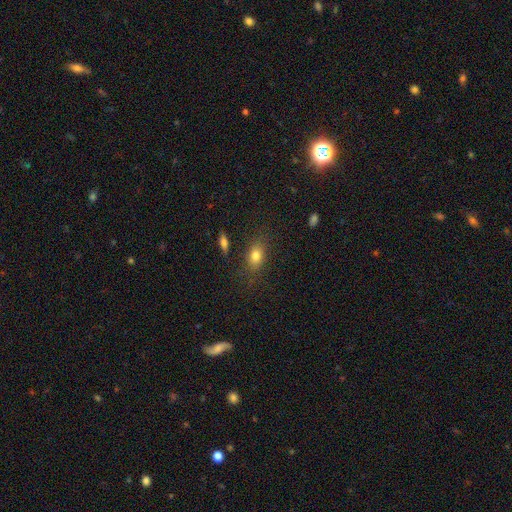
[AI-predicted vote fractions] smooth-or-featured: smooth: 79% | star or artifact: 10% | featured or disk: 10%
  how-rounded: in between: 75% | round: 21% | cigar-shaped: 4%
  merging: none: 80% | minor disturbance: 13% | major disturbance: 4% | merger: 3%